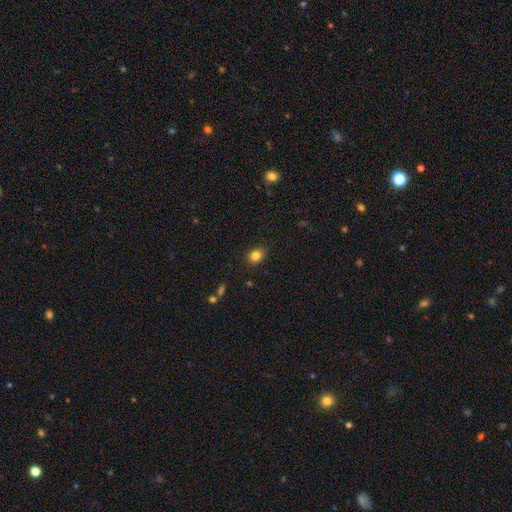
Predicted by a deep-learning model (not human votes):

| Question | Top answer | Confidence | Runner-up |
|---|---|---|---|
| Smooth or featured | smooth | 84% | star or artifact (11%) |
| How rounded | in between | 53% | round (46%) |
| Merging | none | 86% | minor disturbance (10%) |